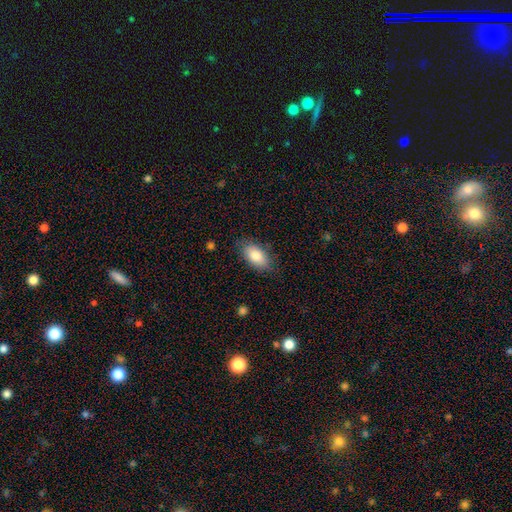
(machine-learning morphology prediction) Overall: smooth (83%). How rounded: in between (92%). Merging: none (81%).